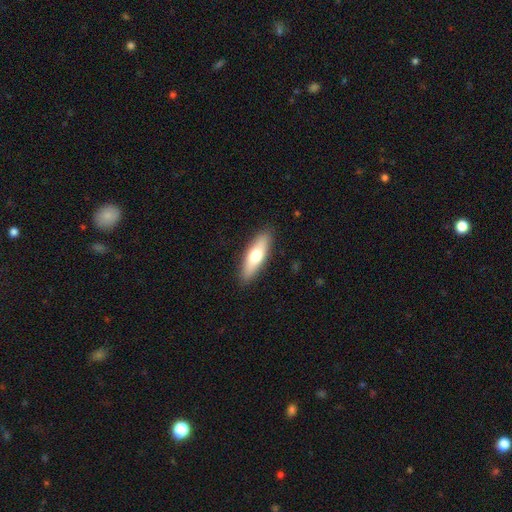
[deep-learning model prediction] A smooth galaxy with no disk features (65%) that is cigar-shaped (54%).

Vote fractions:
- Smooth or featured? smooth: 65% / featured or disk: 30% / star or artifact: 5%
- How rounded? cigar-shaped: 54% / in between: 44% / round: 2%
- Merging? none: 89% / minor disturbance: 8% / major disturbance: 2% / merger: 1%